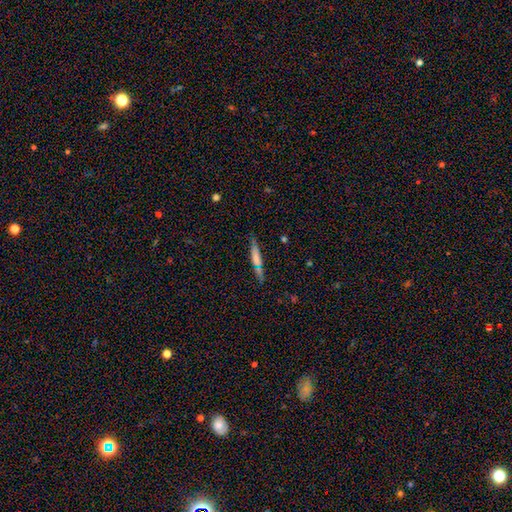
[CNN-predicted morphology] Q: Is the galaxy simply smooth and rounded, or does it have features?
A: smooth — 47%.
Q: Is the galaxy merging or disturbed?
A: none — 81%.